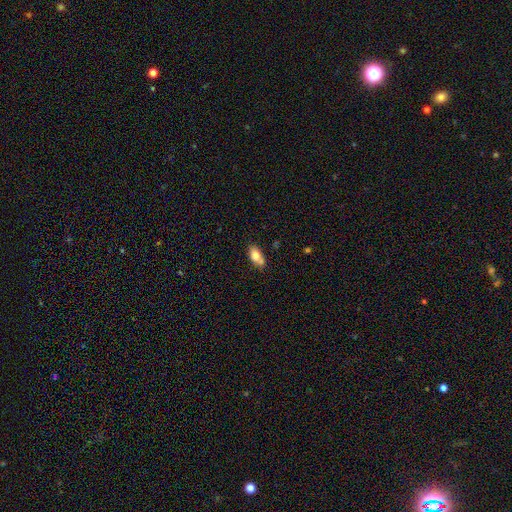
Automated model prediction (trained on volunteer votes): The model was most divided on "merging": none: 60%, minor disturbance: 20%, merger: 15%, major disturbance: 4%. More confident: how rounded — in between (88%); smooth or featured — smooth (78%).